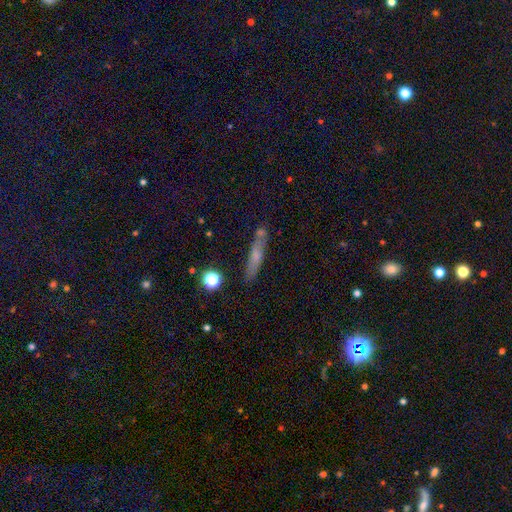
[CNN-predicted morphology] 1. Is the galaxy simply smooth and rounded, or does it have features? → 52% smooth, 37% featured or disk, 10% star or artifact.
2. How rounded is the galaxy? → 85% cigar-shaped, 12% in between, 3% round.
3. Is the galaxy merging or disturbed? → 73% none, 16% minor disturbance, 7% merger, 4% major disturbance.